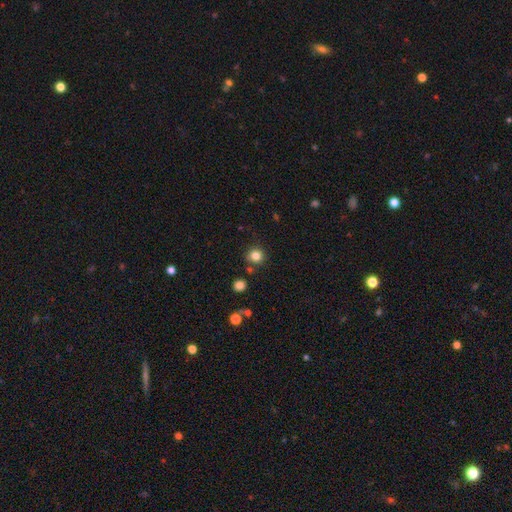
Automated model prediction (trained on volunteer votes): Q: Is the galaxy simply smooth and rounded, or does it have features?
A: smooth — 82%.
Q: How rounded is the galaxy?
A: round — 91%.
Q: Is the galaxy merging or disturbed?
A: none — 81%.